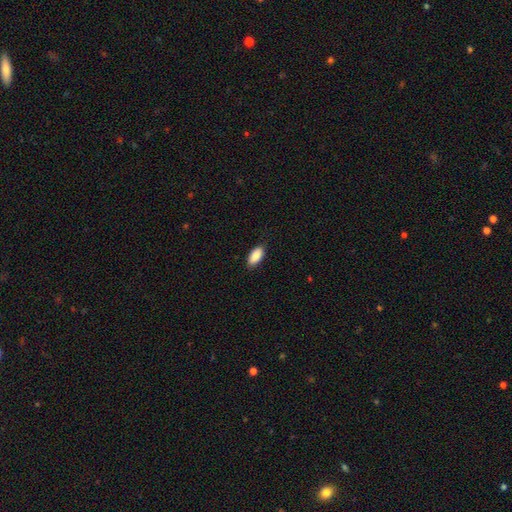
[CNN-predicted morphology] This appears to be a smooth galaxy with no disk features (89%) that is in between round and cigar-shaped (92%). Merging: none (86%).